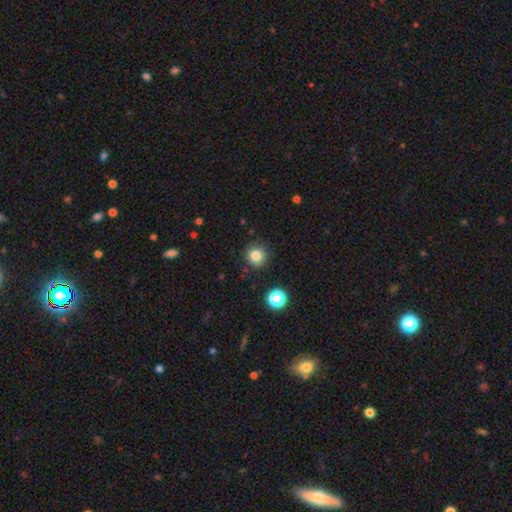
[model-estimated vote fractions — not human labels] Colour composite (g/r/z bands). It shows a smooth galaxy with no disk features (82%) that is round (93%). Merging: none (88%).